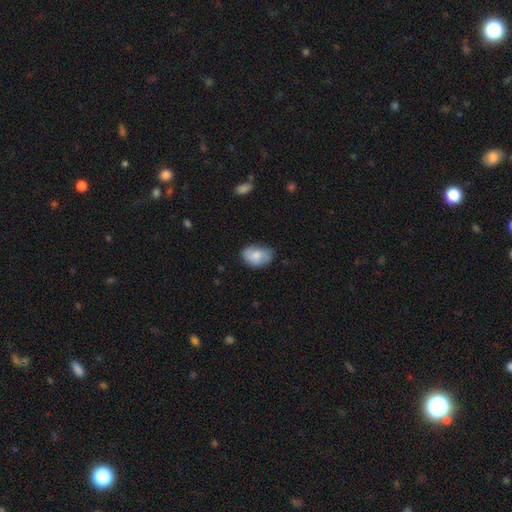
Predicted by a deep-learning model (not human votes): Smooth or featured: smooth — 71% (featured or disk — 23%)
How rounded: in between — 84% (round — 15%)
Merging: none — 65% (minor disturbance — 27%)